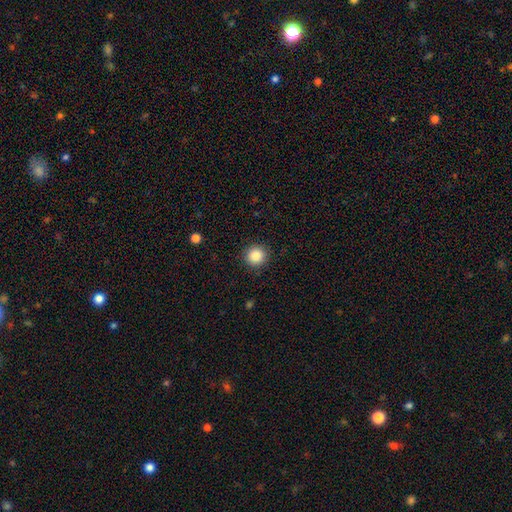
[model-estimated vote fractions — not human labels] smooth_or_featured: smooth (p=0.85) [alt: star or artifact p=0.10]
how_rounded: round (p=0.94) [alt: in between p=0.05]
merging: none (p=0.92) [alt: minor disturbance p=0.05]